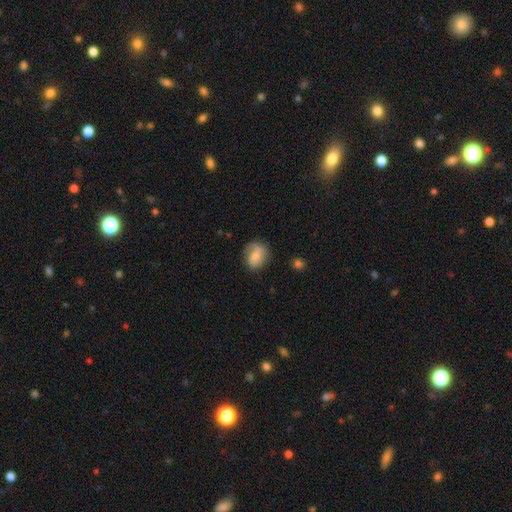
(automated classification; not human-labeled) This is possibly a smooth galaxy (49%). Merging: likely none (64%).